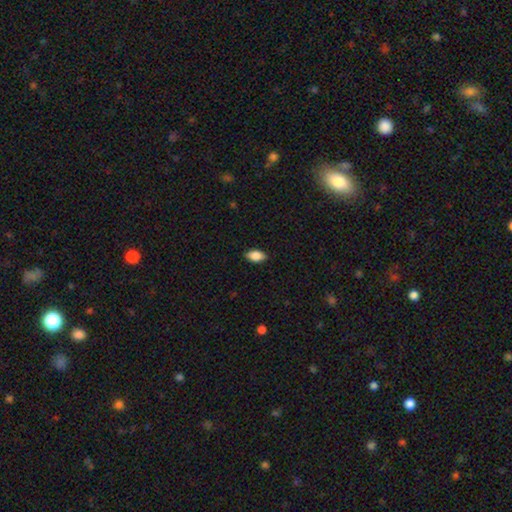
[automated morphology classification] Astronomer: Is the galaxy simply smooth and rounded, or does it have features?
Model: smooth — 85%.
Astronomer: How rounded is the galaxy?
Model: in between — 91%.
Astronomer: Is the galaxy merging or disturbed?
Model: none — 87%.